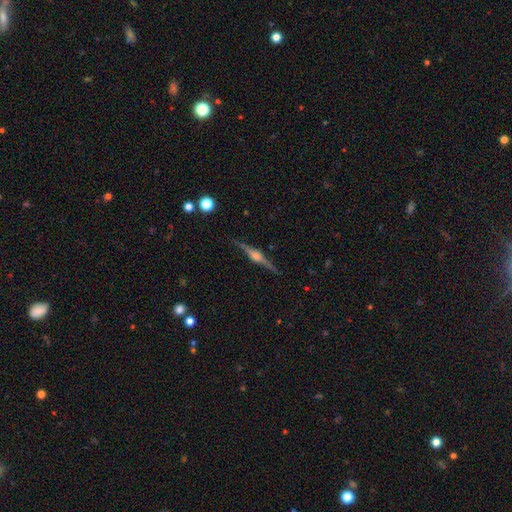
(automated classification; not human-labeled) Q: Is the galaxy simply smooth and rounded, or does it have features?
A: featured or disk — 85%.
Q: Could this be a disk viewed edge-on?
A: yes — 98%.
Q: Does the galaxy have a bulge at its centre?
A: rounded — 88%.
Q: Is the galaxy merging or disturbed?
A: none — 89%.